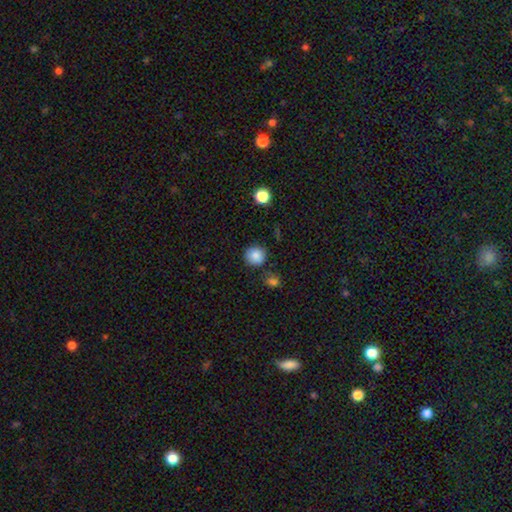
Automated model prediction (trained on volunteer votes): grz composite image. It shows a smooth galaxy with no disk features (85%) that is round (90%). Merging: none (82%).